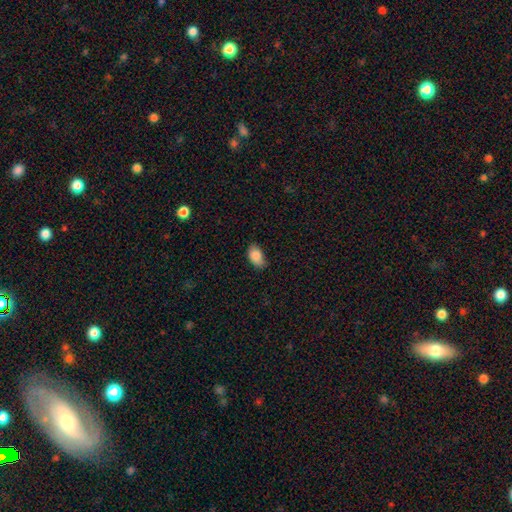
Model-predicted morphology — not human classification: smooth 87%, star or artifact 7%, featured or disk 6%. Down the decision tree: how rounded — in between (90%); merging — none (68%).